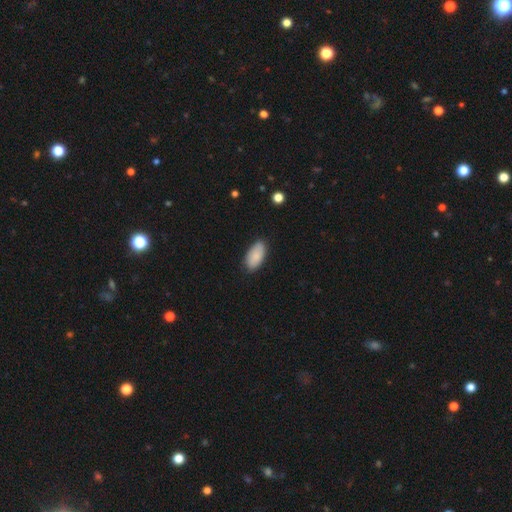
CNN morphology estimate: The model was most divided on "merging": none: 84%, minor disturbance: 13%, major disturbance: 2%, merger: 1%. More confident: how rounded — in between (94%); smooth or featured — smooth (86%).